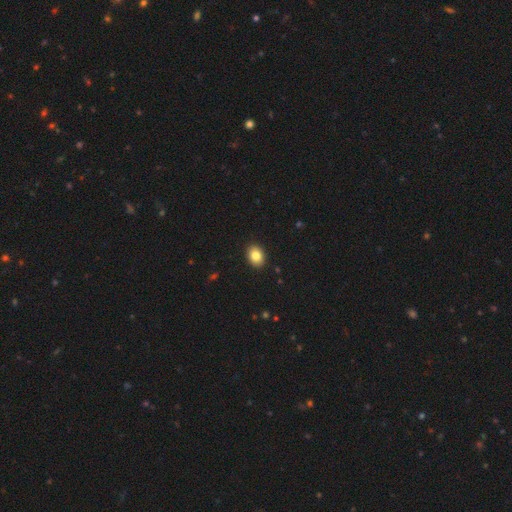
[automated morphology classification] This appears to be a smooth galaxy with no disk features (84%) that is in between round and cigar-shaped (69%). Merging: none (91%).